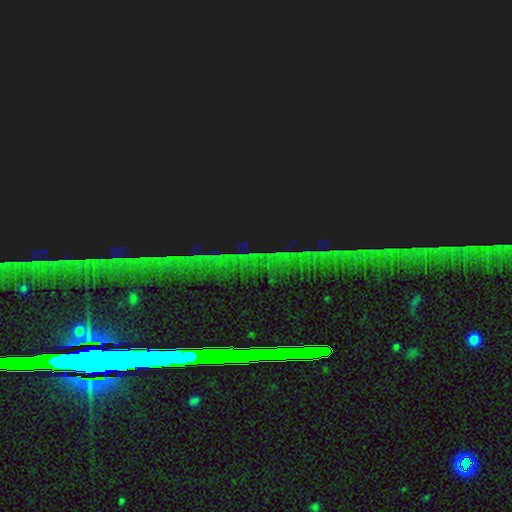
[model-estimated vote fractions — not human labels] smooth_or_featured: star or artifact (p=0.86) [alt: featured or disk p=0.07]